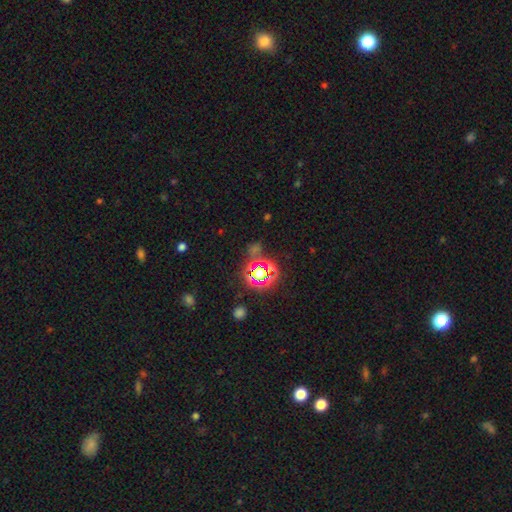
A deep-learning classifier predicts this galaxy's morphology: type=star or artifact (67%).